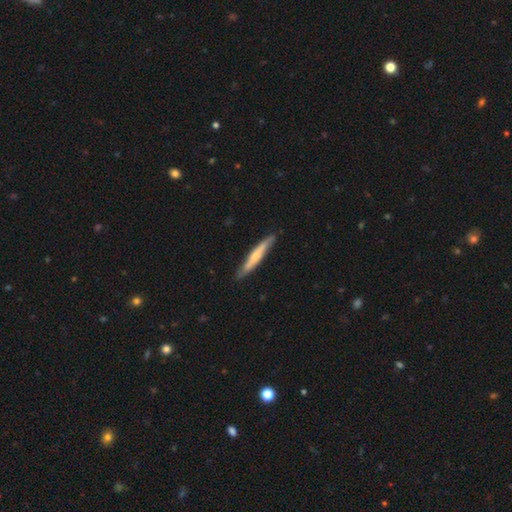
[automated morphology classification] A smooth galaxy with no disk features (51%) that is cigar-shaped (94%). Merging: none (85%).